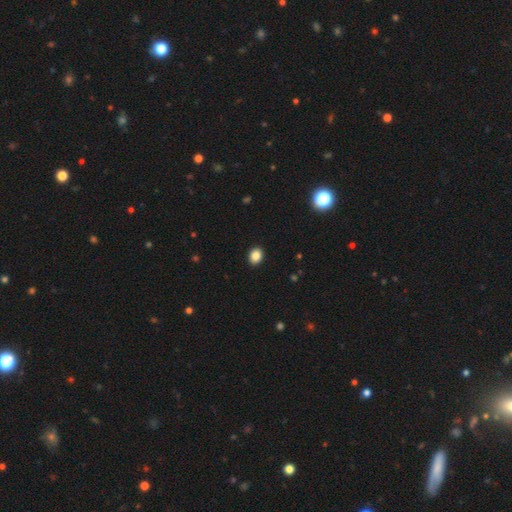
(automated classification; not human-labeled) Q: Smooth or featured?
A: smooth (86%); runner-up: star or artifact (10%)
Q: How rounded?
A: round (50%); runner-up: in between (49%)
Q: Merging?
A: none (92%); runner-up: minor disturbance (6%)